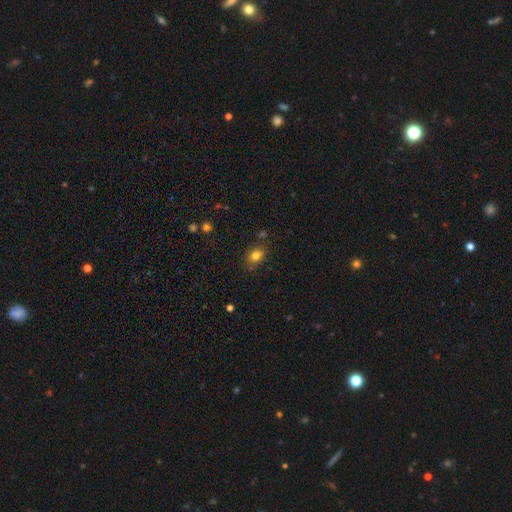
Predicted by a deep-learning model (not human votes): A smooth galaxy with no disk features (80%) that is in between round and cigar-shaped (62%).

Vote fractions:
- Smooth or featured? smooth: 80% / star or artifact: 13% / featured or disk: 8%
- How rounded? in between: 62% / round: 37% / cigar-shaped: 1%
- Merging? none: 74% / minor disturbance: 17% / merger: 5% / major disturbance: 5%